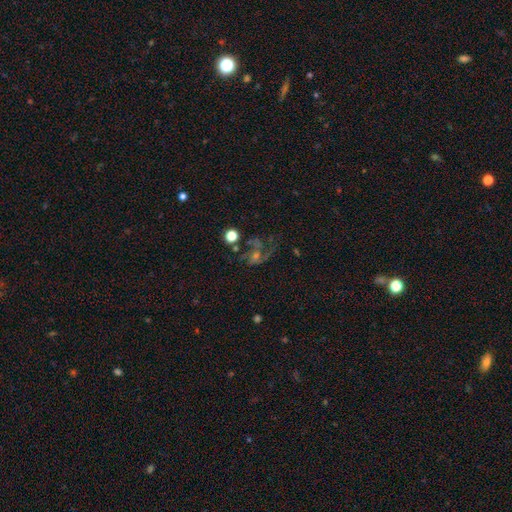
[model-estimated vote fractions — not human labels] smooth-or-featured: featured or disk: 59% | star or artifact: 24% | smooth: 18%
  disk-edge-on: no: 97% | yes: 3%
    bar: no: 71% | weak: 24% | strong: 6%
    has-spiral-arms: yes: 74% | no: 26%
    bulge-size: small: 46% | moderate: 34% | none: 13% | large: 5% | dominant: 2%
  merging: none: 39% | major disturbance: 36% | minor disturbance: 15% | merger: 9%